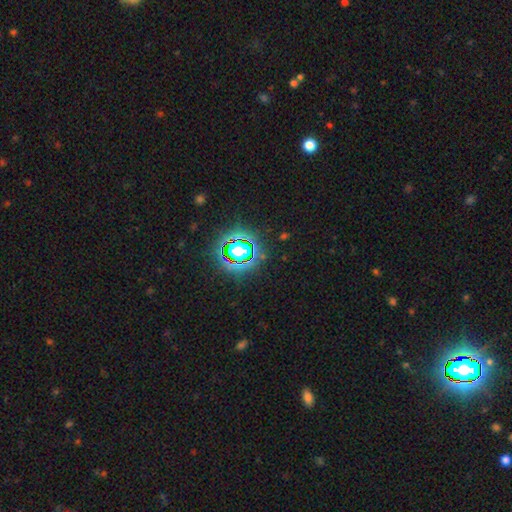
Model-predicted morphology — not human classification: star or artifact 83%, smooth 10%, featured or disk 6%.